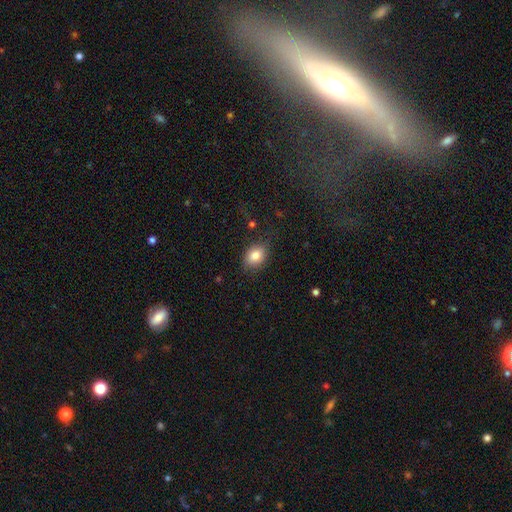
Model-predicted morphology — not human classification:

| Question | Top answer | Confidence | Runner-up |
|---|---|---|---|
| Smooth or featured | smooth | 81% | featured or disk (9%) |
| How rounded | in between | 70% | round (29%) |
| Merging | none | 80% | minor disturbance (14%) |